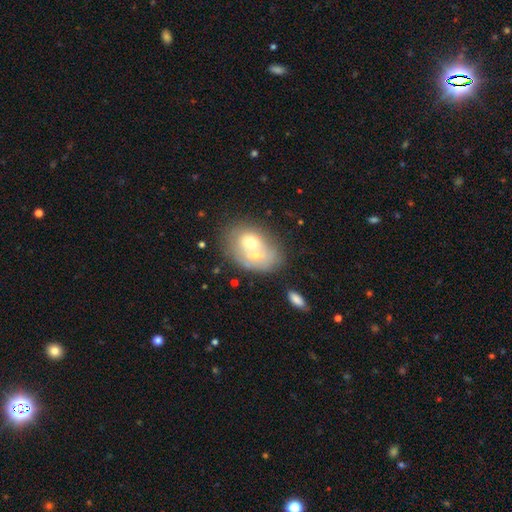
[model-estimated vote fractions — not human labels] Q: Smooth or featured?
A: smooth (48%); runner-up: featured or disk (42%)
Q: Merging?
A: merger (49%); runner-up: none (30%)